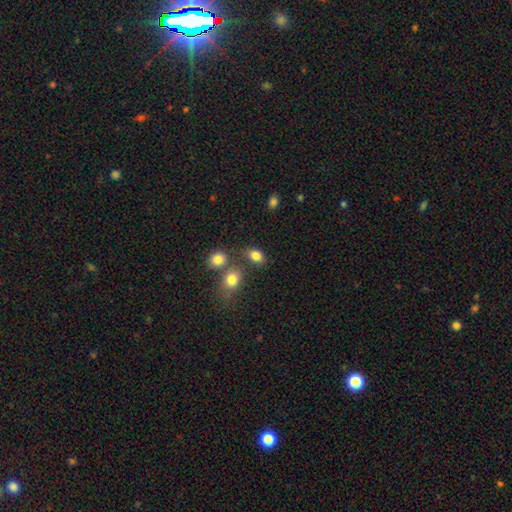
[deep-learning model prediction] Smooth or featured?
  - smooth: 83% *
  - star or artifact: 11%
  - featured or disk: 7%
How rounded?
  - in between: 74% *
  - round: 25%
  - cigar-shaped: 2%
Merging?
  - none: 65% *
  - merger: 17%
  - minor disturbance: 13%
  - major disturbance: 5%